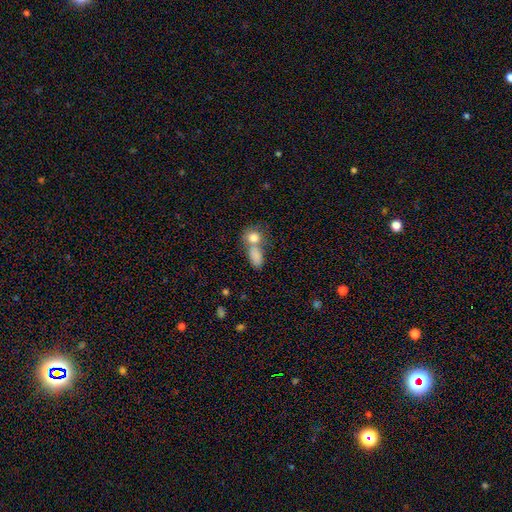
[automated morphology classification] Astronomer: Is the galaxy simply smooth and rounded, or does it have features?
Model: smooth — 83%.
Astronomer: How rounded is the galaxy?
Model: in between — 77%.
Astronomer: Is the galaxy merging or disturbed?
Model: merger — 52% (runner-up: none, 34%).